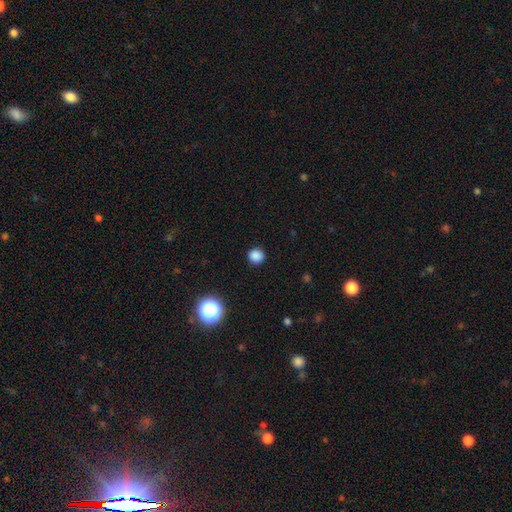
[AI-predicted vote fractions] A smooth galaxy with no disk features (84%) that is round (94%).

Vote fractions:
- Smooth or featured? smooth: 84% / star or artifact: 13% / featured or disk: 3%
- How rounded? round: 94% / in between: 5% / cigar-shaped: 1%
- Merging? none: 91% / minor disturbance: 6% / major disturbance: 2% / merger: 1%